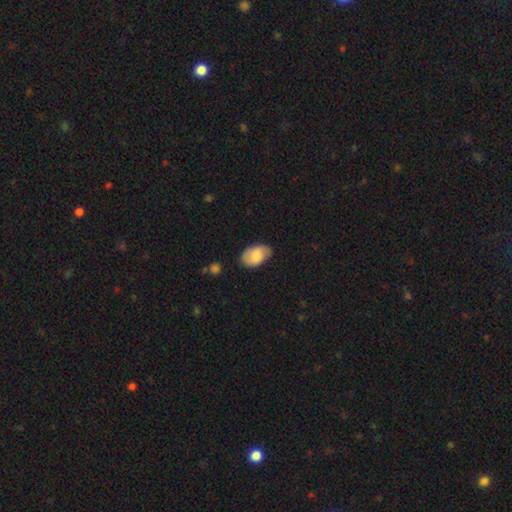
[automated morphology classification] Smooth or featured?
  - smooth: 77% *
  - featured or disk: 16%
  - star or artifact: 7%
How rounded?
  - in between: 91% *
  - round: 7%
  - cigar-shaped: 1%
Merging?
  - none: 66% *
  - minor disturbance: 27%
  - major disturbance: 5%
  - merger: 2%